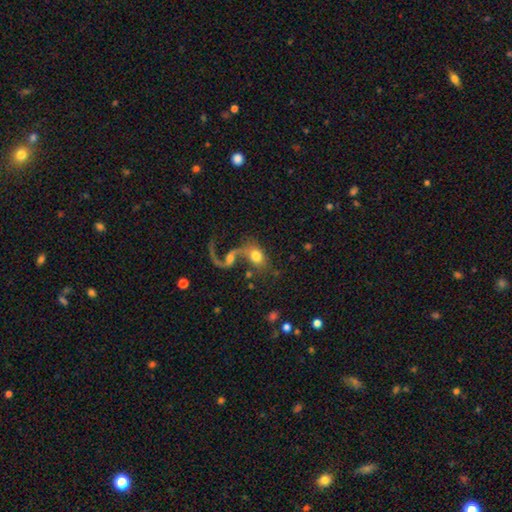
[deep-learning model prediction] smooth-or-featured: smooth: 57% | featured or disk: 33% | star or artifact: 10%
  how-rounded: in between: 63% | round: 34% | cigar-shaped: 3%
  merging: merger: 48% | none: 29% | major disturbance: 14% | minor disturbance: 9%